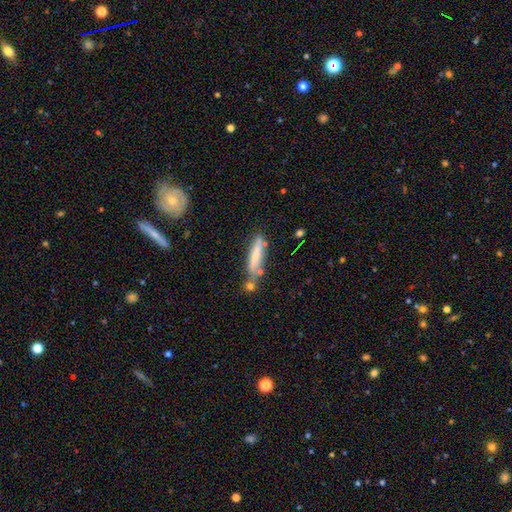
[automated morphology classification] A smooth galaxy with no disk features (70%) that is cigar-shaped (85%).

Vote fractions:
- Smooth or featured? smooth: 70% / featured or disk: 23% / star or artifact: 7%
- How rounded? cigar-shaped: 85% / in between: 13% / round: 2%
- Merging? none: 66% / minor disturbance: 17% / merger: 12% / major disturbance: 5%